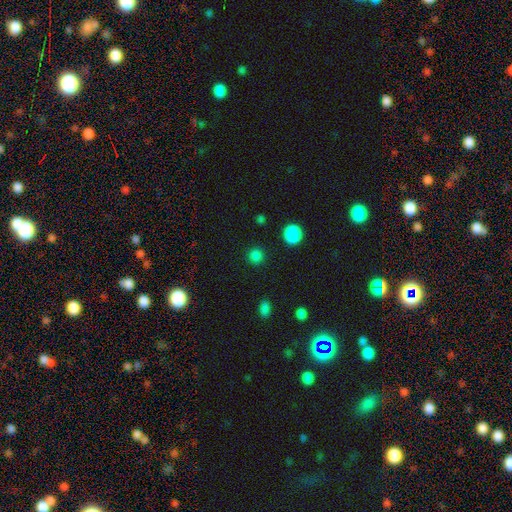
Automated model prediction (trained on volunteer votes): smooth-or-featured: smooth: 82% | star or artifact: 14% | featured or disk: 3%
  how-rounded: round: 92% | in between: 7% | cigar-shaped: 1%
  merging: none: 89% | minor disturbance: 6% | major disturbance: 3% | merger: 2%